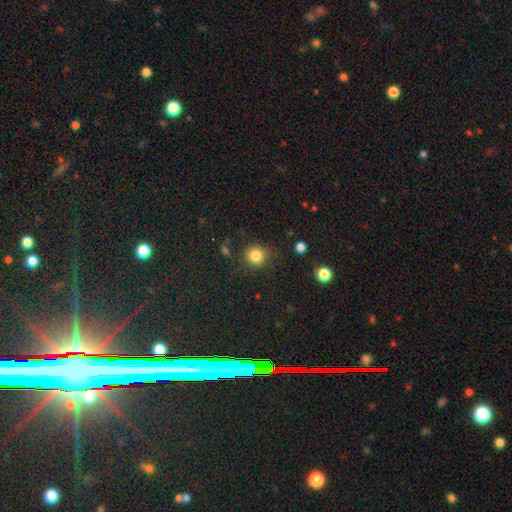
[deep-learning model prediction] The model was most divided on "merging": none: 81%, minor disturbance: 12%, major disturbance: 4%, merger: 3%. More confident: how rounded — round (90%); smooth or featured — smooth (83%).